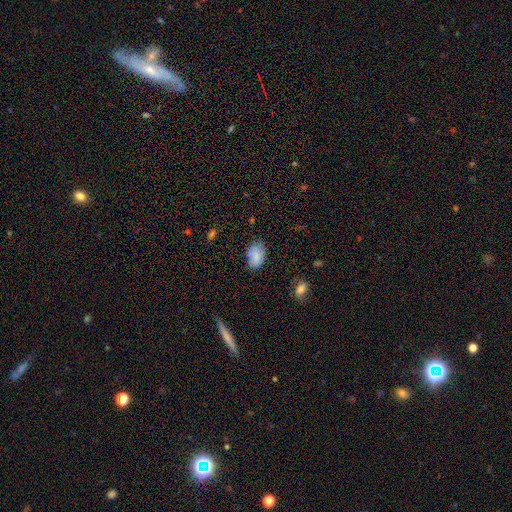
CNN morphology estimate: Q: Smooth or featured?
A: smooth (82%); runner-up: featured or disk (10%)
Q: How rounded?
A: in between (90%); runner-up: round (8%)
Q: Merging?
A: none (71%); runner-up: minor disturbance (22%)